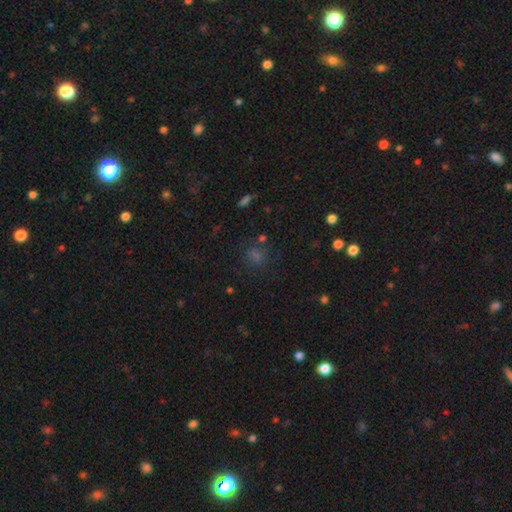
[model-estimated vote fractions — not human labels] A smooth galaxy with no disk features (51%) that is round (63%). Merging: none (75%).